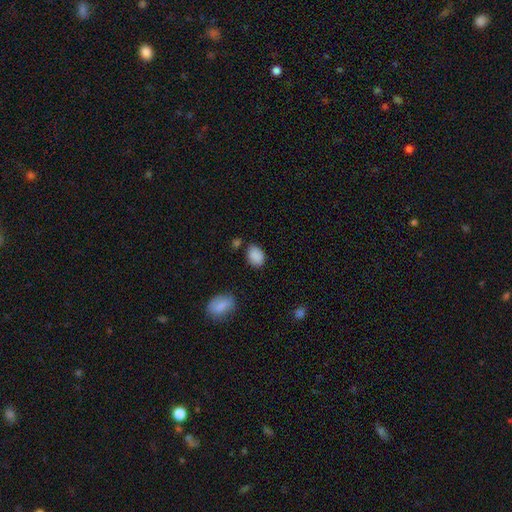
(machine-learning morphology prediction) smooth-or-featured: smooth: 87% | star or artifact: 8% | featured or disk: 4%
  how-rounded: in between: 78% | round: 21% | cigar-shaped: 1%
  merging: none: 75% | minor disturbance: 17% | merger: 5% | major disturbance: 4%